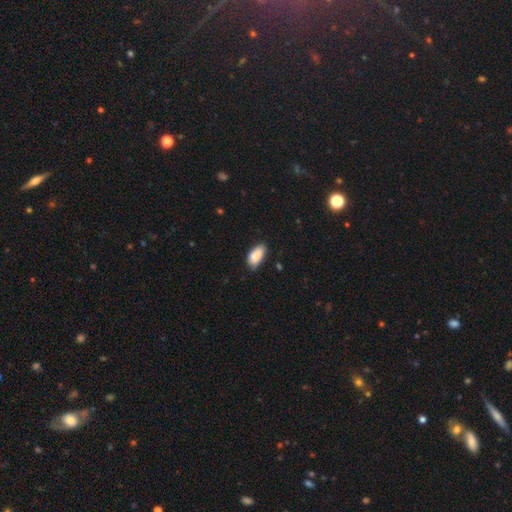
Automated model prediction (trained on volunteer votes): smooth-or-featured: smooth: 88% | star or artifact: 7% | featured or disk: 5%
  how-rounded: in between: 93% | cigar-shaped: 5% | round: 2%
  merging: none: 70% | minor disturbance: 25% | major disturbance: 3% | merger: 1%